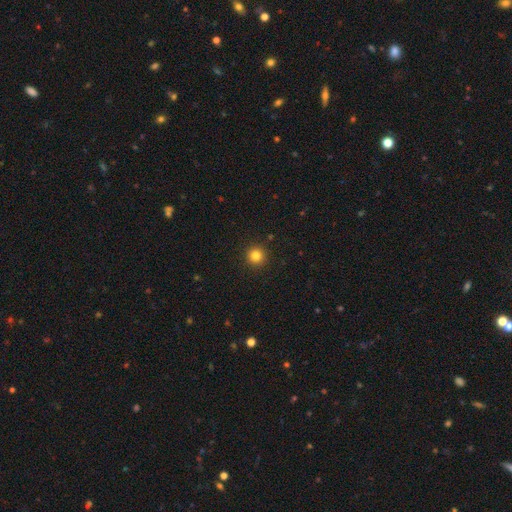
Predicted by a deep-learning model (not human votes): A smooth galaxy with no disk features (82%) that is round (95%).

Vote fractions:
- Smooth or featured? smooth: 82% / star or artifact: 13% / featured or disk: 5%
- How rounded? round: 95% / in between: 4% / cigar-shaped: 1%
- Merging? none: 93% / minor disturbance: 4% / major disturbance: 2% / merger: 1%